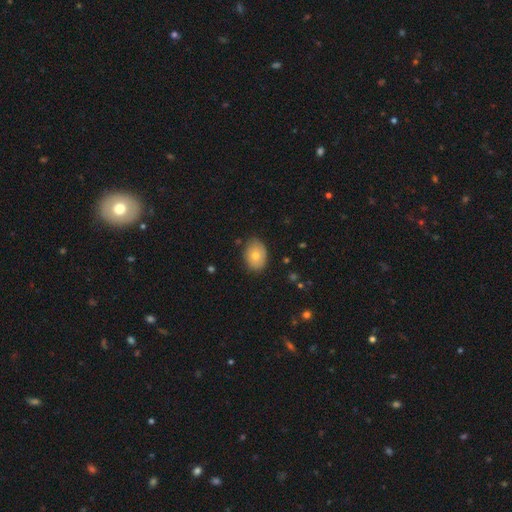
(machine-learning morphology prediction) This appears to be a smooth galaxy with no disk features (76%) that is in between round and cigar-shaped (77%). Merging: none (81%).